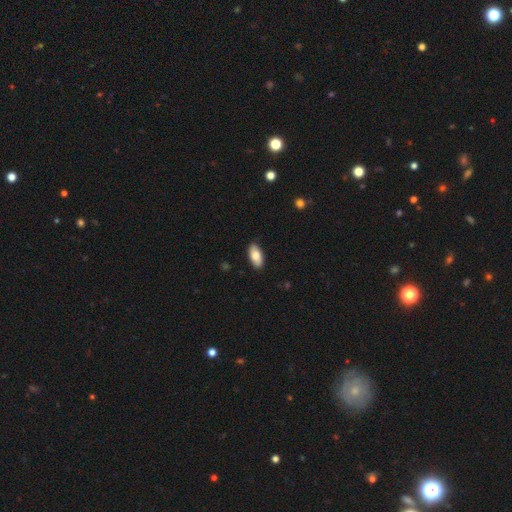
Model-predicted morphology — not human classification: The model was most divided on "smooth or featured": smooth: 81%, featured or disk: 14%, star or artifact: 6%. More confident: how rounded — in between (92%); merging — none (87%).